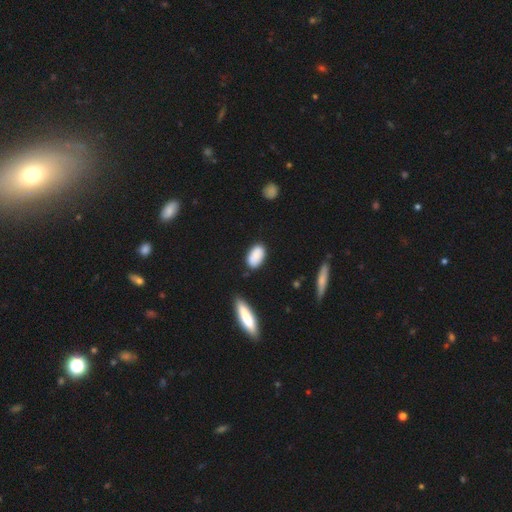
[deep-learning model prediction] smooth-or-featured: smooth: 88% | star or artifact: 7% | featured or disk: 6%
  how-rounded: in between: 92% | round: 5% | cigar-shaped: 3%
  merging: none: 80% | minor disturbance: 14% | merger: 3% | major disturbance: 3%